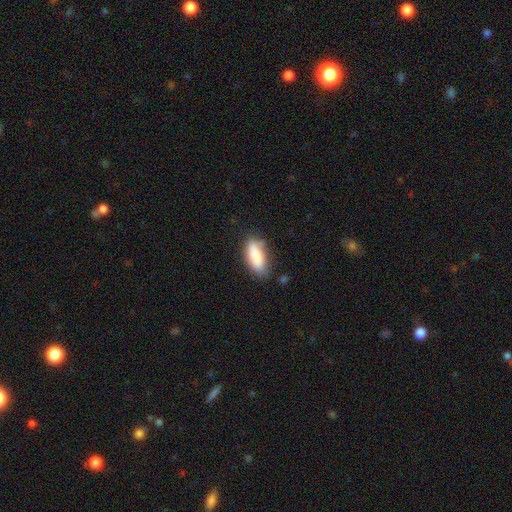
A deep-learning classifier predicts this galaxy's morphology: type=smooth (84%); roundness=in between (76%); merging=none (68%).